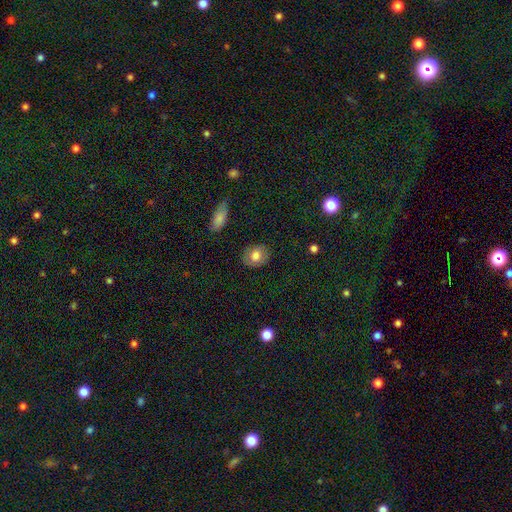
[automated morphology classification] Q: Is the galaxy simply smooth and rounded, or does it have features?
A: smooth — 77%.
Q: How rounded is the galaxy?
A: round — 54%.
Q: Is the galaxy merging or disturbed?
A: none — 85%.